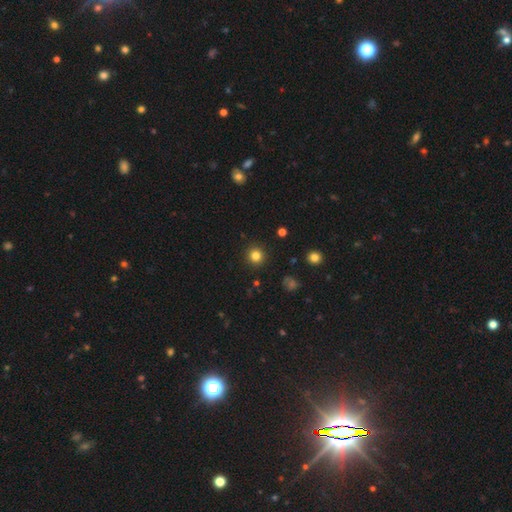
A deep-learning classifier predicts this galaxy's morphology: A smooth galaxy with no disk features (82%) that is round (94%). Merging: none (92%).